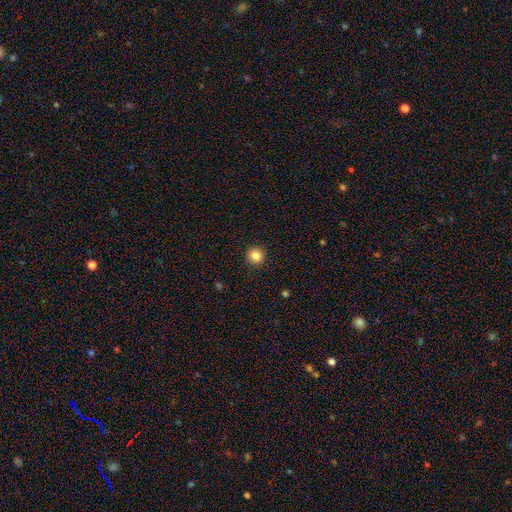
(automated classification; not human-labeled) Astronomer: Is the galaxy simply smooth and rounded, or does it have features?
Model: smooth — 85%.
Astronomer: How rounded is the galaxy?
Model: round — 94%.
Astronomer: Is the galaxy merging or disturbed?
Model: none — 92%.